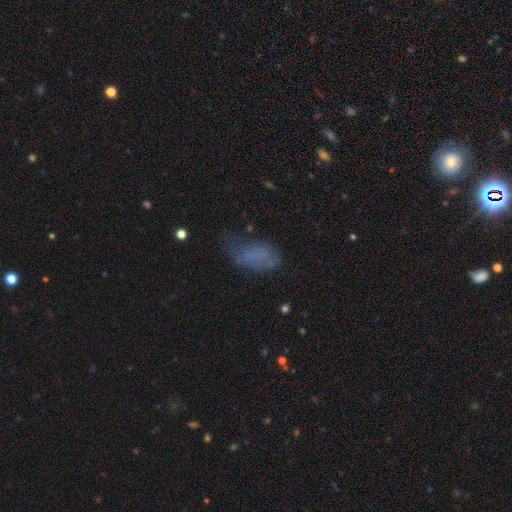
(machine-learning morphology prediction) smooth 61%, featured or disk 23%, star or artifact 16%. Down the decision tree: how rounded — in between (89%); merging — none (42%).